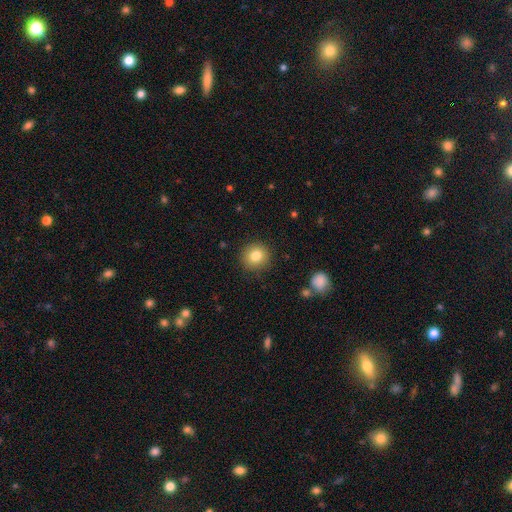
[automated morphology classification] Overall: smooth (82%). How rounded: round (91%). Merging: none (89%).